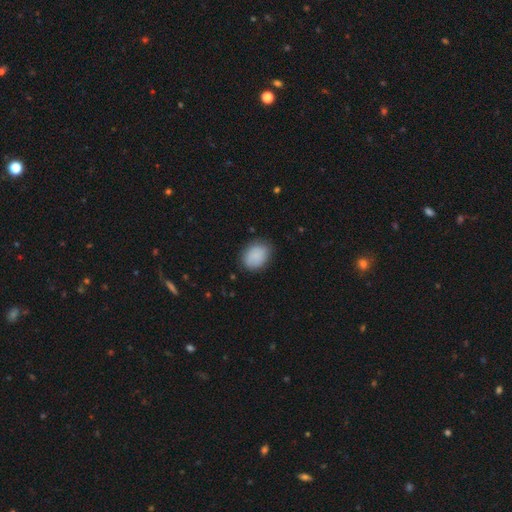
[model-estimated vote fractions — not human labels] Smooth or featured? smooth (87%)
How rounded? in between (63%)
Merging? none (79%)